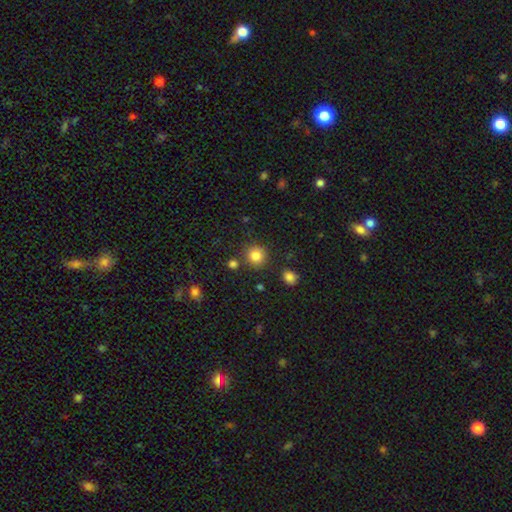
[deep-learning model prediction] smooth_or_featured: smooth (p=0.83) [alt: star or artifact p=0.12]
how_rounded: round (p=0.92) [alt: in between p=0.07]
merging: none (p=0.84) [alt: minor disturbance p=0.08]